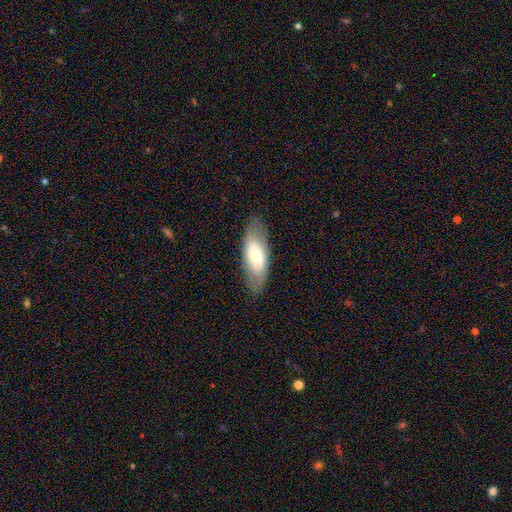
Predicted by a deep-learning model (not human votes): Morphology: type=smooth (59%); roundness=in between (79%); merging=none (81%).